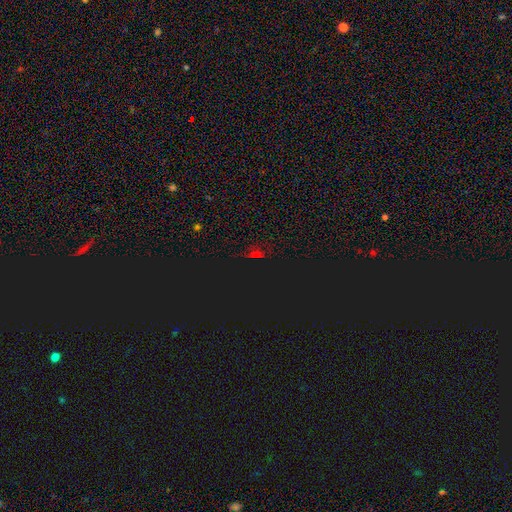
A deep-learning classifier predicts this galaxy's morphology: Smooth or featured? star or artifact (74%)